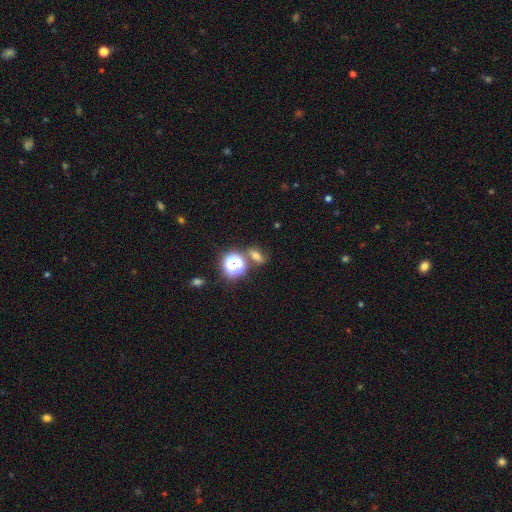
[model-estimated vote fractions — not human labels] smooth_or_featured: smooth (p=0.58) [alt: star or artifact p=0.27]
how_rounded: in between (p=0.59) [alt: round p=0.32]
merging: none (p=0.73) [alt: merger p=0.11]